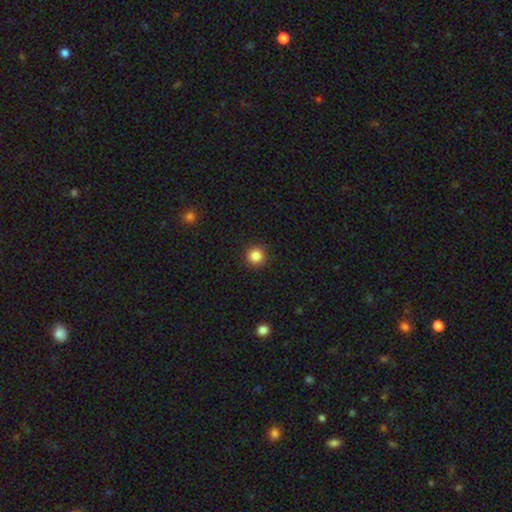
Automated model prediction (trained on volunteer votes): This appears to be a smooth galaxy with no disk features (86%) that is round (95%). Merging: none (92%).